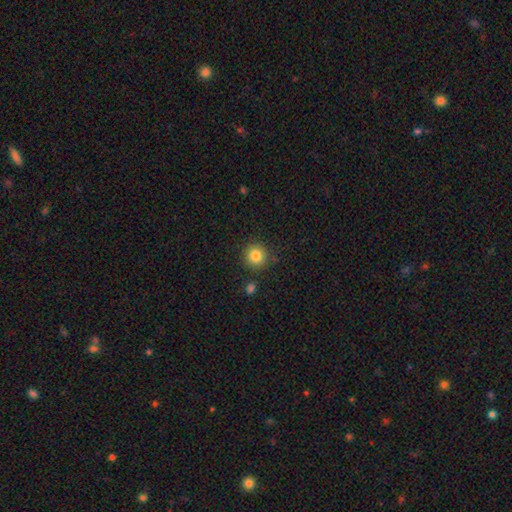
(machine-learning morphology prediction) A smooth galaxy with no disk features (84%) that is round (93%). Merging: none (86%).